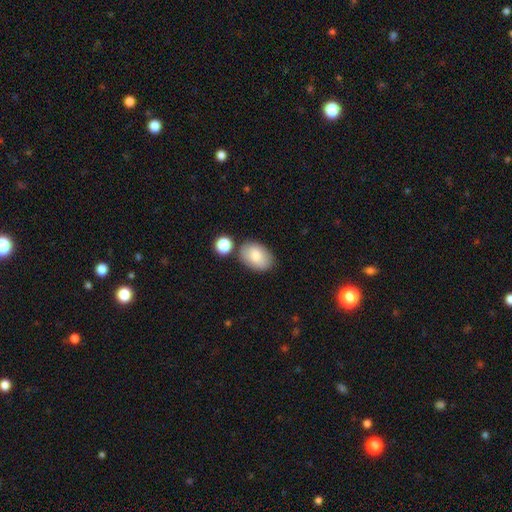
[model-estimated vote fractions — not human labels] Smooth or featured: smooth — 79% (featured or disk — 13%)
How rounded: in between — 84% (round — 15%)
Merging: none — 71% (minor disturbance — 15%)